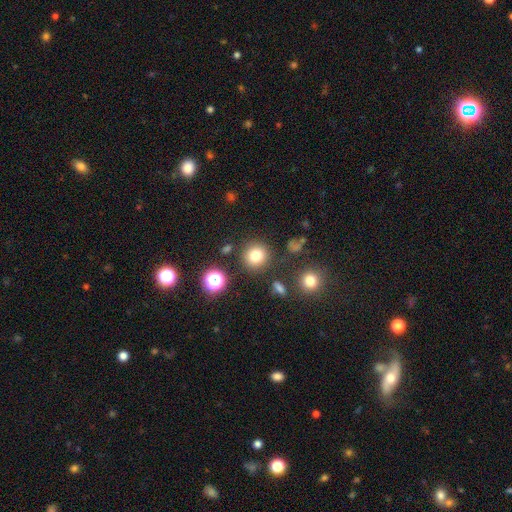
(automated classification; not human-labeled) Morphology: type=smooth (79%); roundness=round (92%); merging=none (85%).